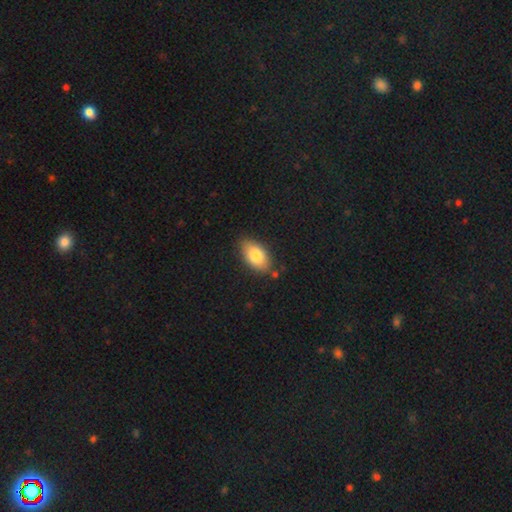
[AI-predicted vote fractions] Overall: smooth (80%). How rounded: in between (92%). Merging: none (81%).